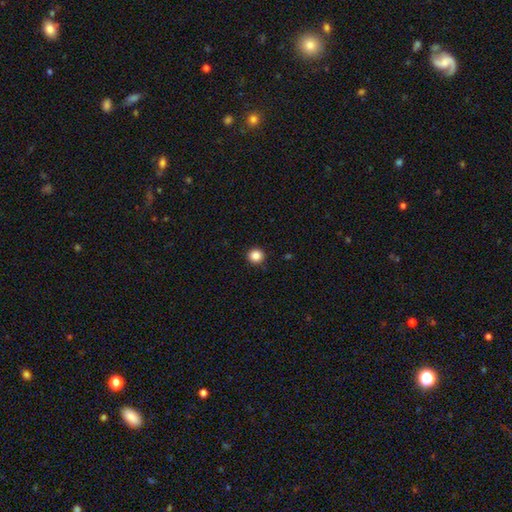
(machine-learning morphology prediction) Smooth or featured: smooth — 86% (star or artifact — 11%)
How rounded: round — 94% (in between — 5%)
Merging: none — 92% (minor disturbance — 5%)